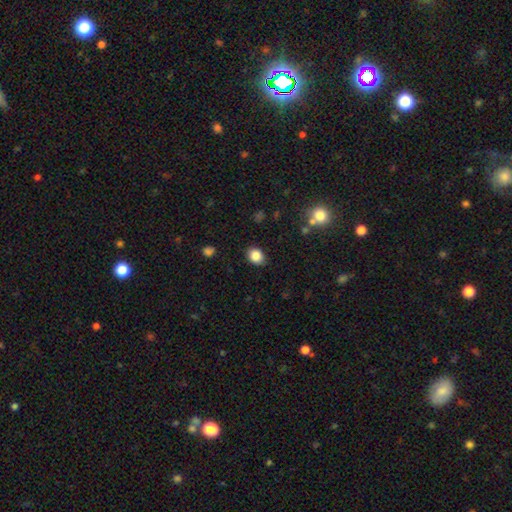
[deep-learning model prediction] Smooth or featured?
  - smooth: 86% *
  - star or artifact: 9%
  - featured or disk: 5%
How rounded?
  - in between: 51% *
  - round: 48%
  - cigar-shaped: 1%
Merging?
  - none: 84% *
  - minor disturbance: 11%
  - major disturbance: 3%
  - merger: 1%